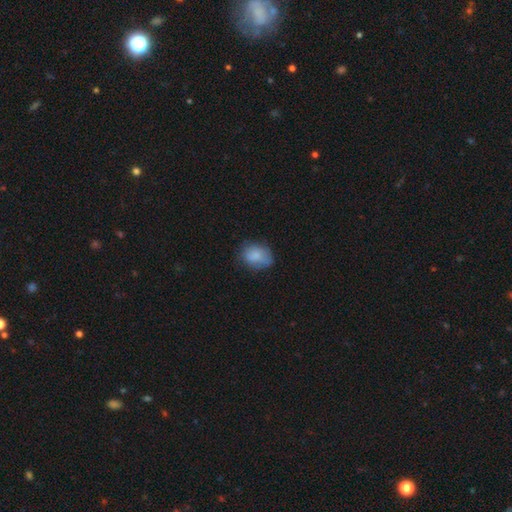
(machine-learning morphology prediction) type=smooth (82%); roundness=in between (58%); merging=none (62%).